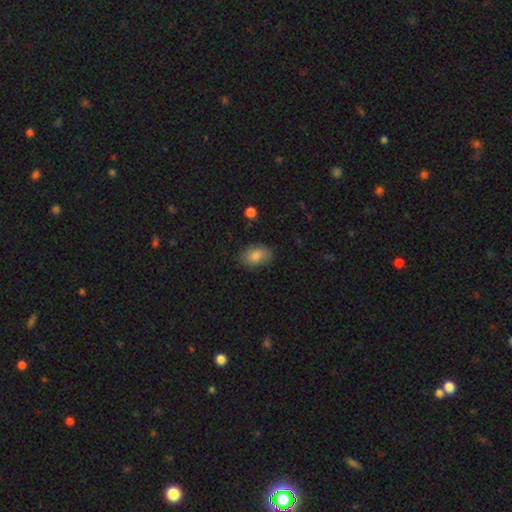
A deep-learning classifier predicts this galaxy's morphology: Overall: smooth (82%). How rounded: in between (84%). Merging: none (81%).